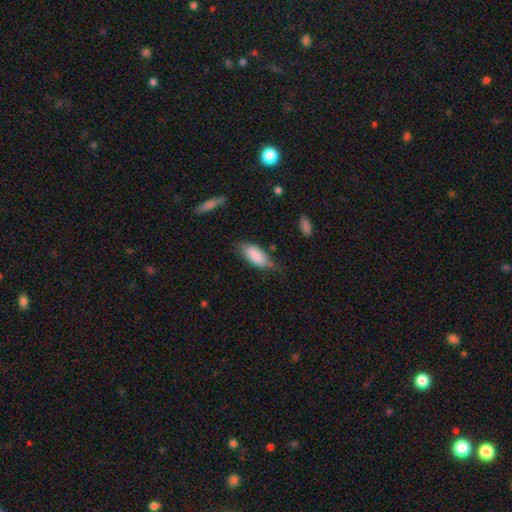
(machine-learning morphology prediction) The model was most divided on "merging": none: 48%, minor disturbance: 38%, major disturbance: 11%, merger: 3%. More confident: smooth or featured — smooth (84%); how rounded — in between (82%).